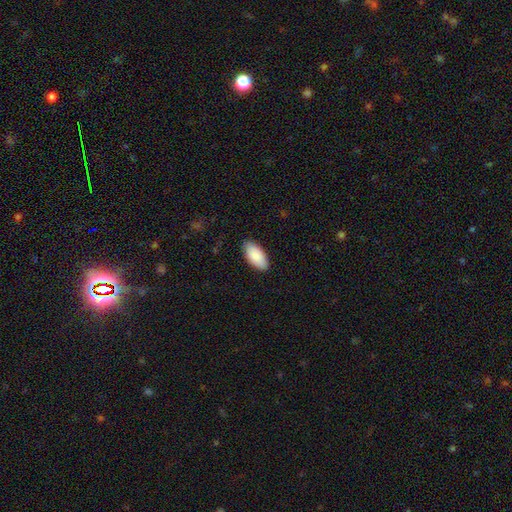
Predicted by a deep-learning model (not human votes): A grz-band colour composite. It shows a smooth galaxy with no disk features (89%) that is in between round and cigar-shaped (95%). Merging: none (85%).